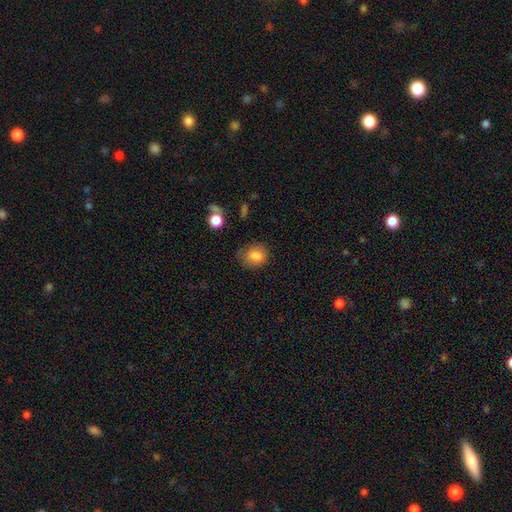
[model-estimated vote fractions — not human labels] Smooth or featured? smooth (81%)
How rounded? round (55%)
Merging? none (58%)